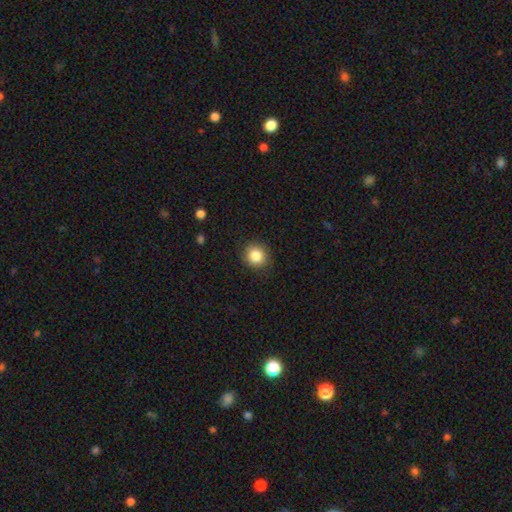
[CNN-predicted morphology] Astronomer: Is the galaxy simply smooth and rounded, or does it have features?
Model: smooth — 85%.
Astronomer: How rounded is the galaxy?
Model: round — 86%.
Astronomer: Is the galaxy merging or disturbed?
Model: none — 88%.